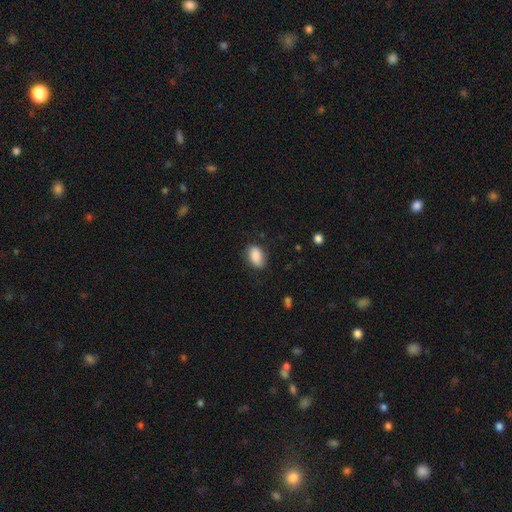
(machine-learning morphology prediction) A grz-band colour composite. It shows a smooth galaxy with no disk features (86%) that is in between round and cigar-shaped (89%). Merging: none (76%).